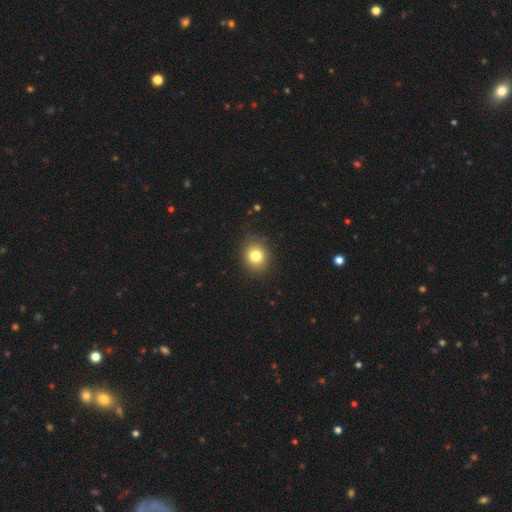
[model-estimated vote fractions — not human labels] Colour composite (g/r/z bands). It shows a smooth galaxy with no disk features (80%) that is round (75%). Merging: none (87%).